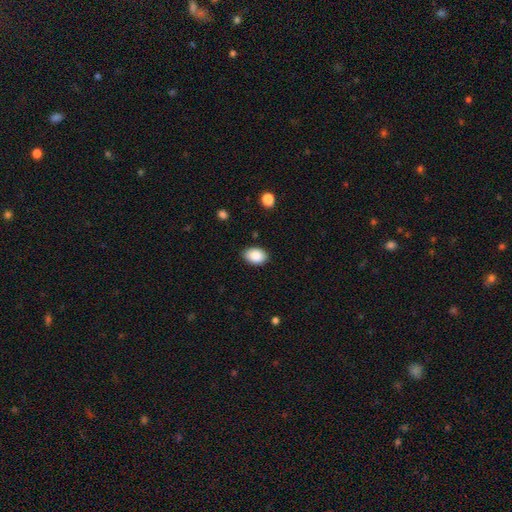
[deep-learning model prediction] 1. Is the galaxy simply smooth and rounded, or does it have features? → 89% smooth, 7% star or artifact, 4% featured or disk.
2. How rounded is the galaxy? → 84% in between, 15% round, 1% cigar-shaped.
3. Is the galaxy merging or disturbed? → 86% none, 10% minor disturbance, 2% major disturbance, 1% merger.